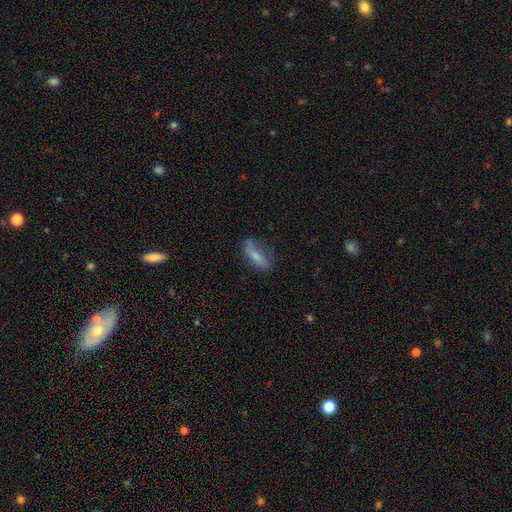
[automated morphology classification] A smooth galaxy with no disk features (66%) that is in between round and cigar-shaped (50%). Merging: none (58%).